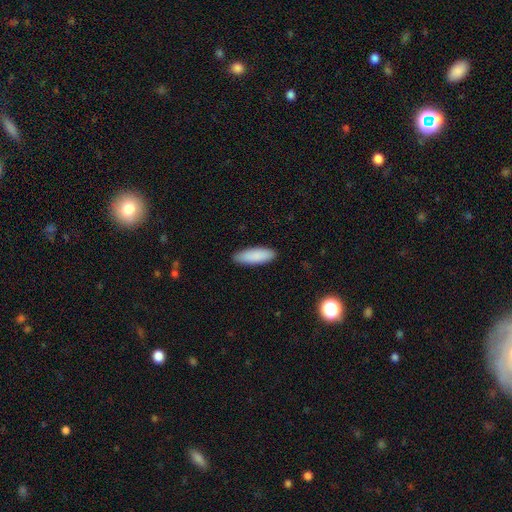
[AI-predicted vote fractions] Smooth or featured? smooth (89%)
How rounded? in between (61%)
Merging? none (89%)